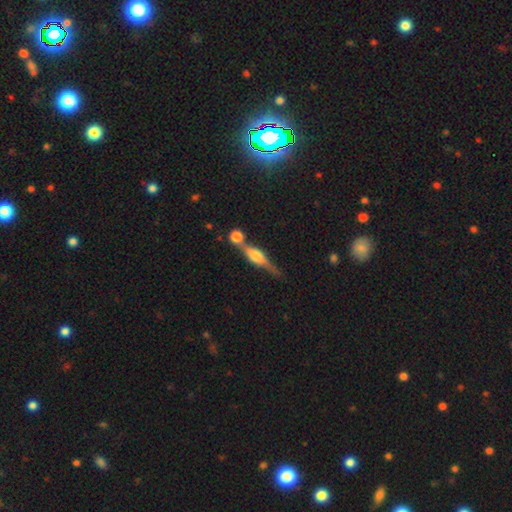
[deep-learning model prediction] featured or disk 71%, smooth 22%, star or artifact 7%. Down the decision tree: edge-on disk — yes (94%); edge-on bulge — rounded (82%); merging — none (56%).